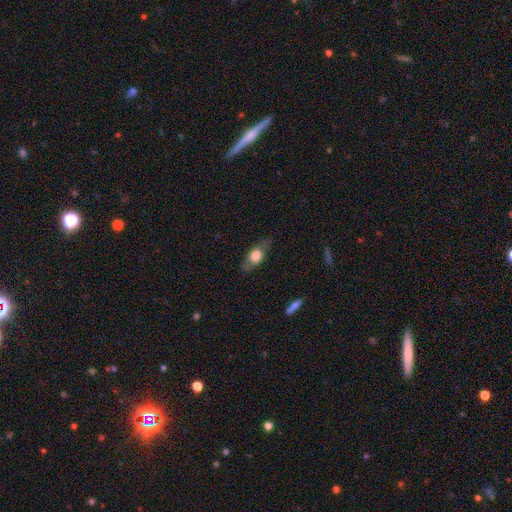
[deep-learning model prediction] smooth 61%, featured or disk 32%, star or artifact 7%. Down the decision tree: how rounded — in between (74%); merging — none (73%).